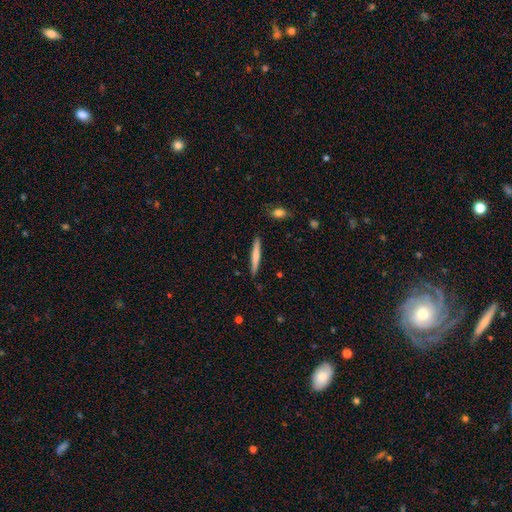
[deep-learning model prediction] Overall: smooth (66%; featured or disk 28%). How rounded: cigar-shaped (96%). Merging: none (88%).